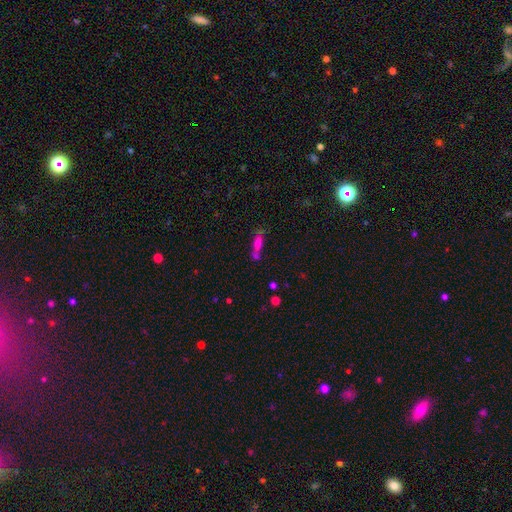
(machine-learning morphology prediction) Smooth or featured? Predicted: smooth (p=0.57). How rounded? Predicted: cigar-shaped (p=0.60). Merging? Predicted: none (p=0.46).